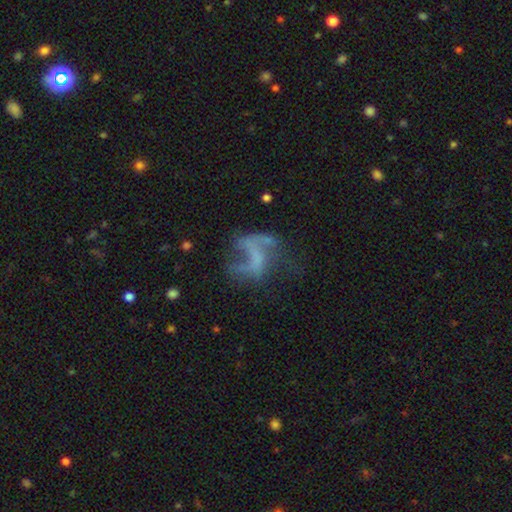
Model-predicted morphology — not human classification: Smooth or featured: featured or disk — 68% (smooth — 17%)
Edge-on disk: no — 96% (yes — 4%)
Bar: no — 53% (weak — 27%)
Spiral arms: yes — 63% (no — 37%)
Bulge size: none — 76% (small — 14%)
Merging: none — 43% (major disturbance — 33%)